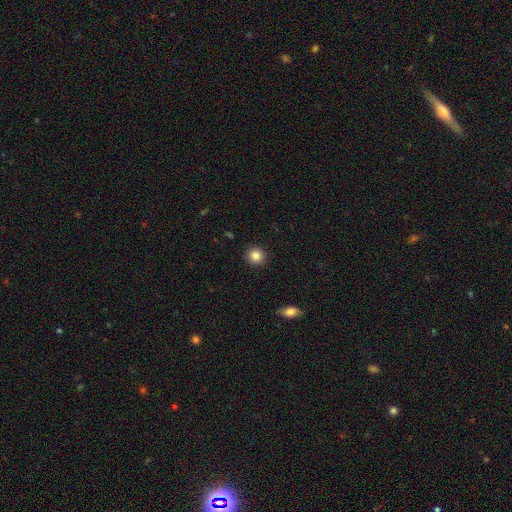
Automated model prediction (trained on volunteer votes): Overall: smooth (85%). How rounded: round (93%). Merging: none (92%).